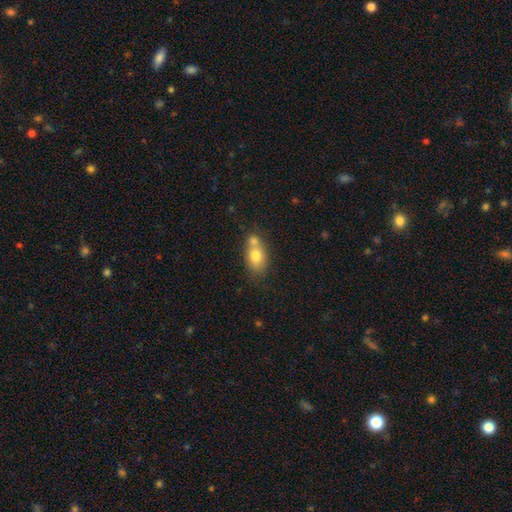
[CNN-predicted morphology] The model was most divided on "merging": merger: 49%, none: 36%, minor disturbance: 12%, major disturbance: 4%. More confident: how rounded — in between (77%); smooth or featured — smooth (73%).